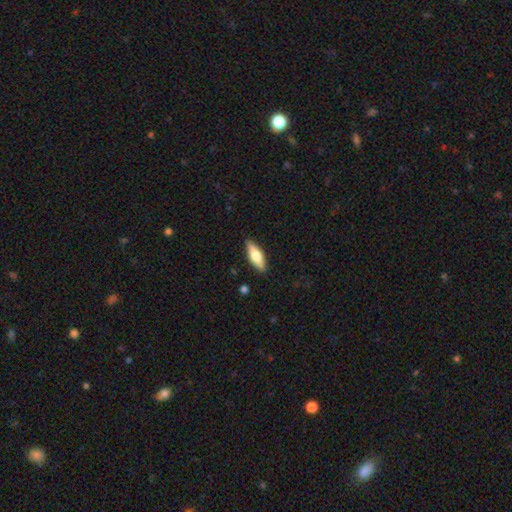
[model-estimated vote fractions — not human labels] The model was most divided on "how rounded": in between: 52%, cigar-shaped: 46%, round: 2%. More confident: merging — none (88%); smooth or featured — smooth (55%).